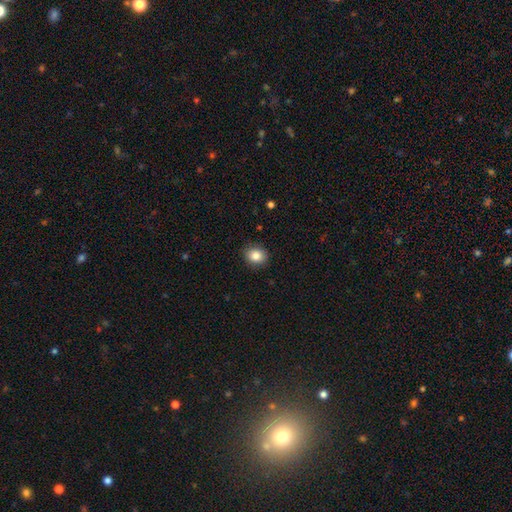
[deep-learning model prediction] Q: Smooth or featured?
A: smooth (84%); runner-up: star or artifact (10%)
Q: How rounded?
A: round (69%); runner-up: in between (30%)
Q: Merging?
A: none (89%); runner-up: minor disturbance (8%)